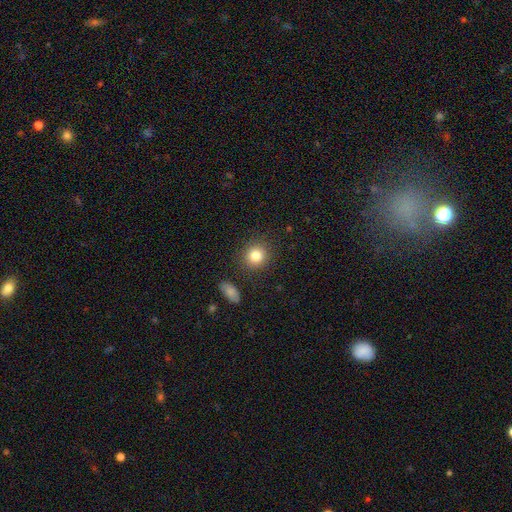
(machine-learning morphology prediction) Smooth or featured? Predicted: smooth (p=0.83). How rounded? Predicted: round (p=0.86). Merging? Predicted: none (p=0.88).